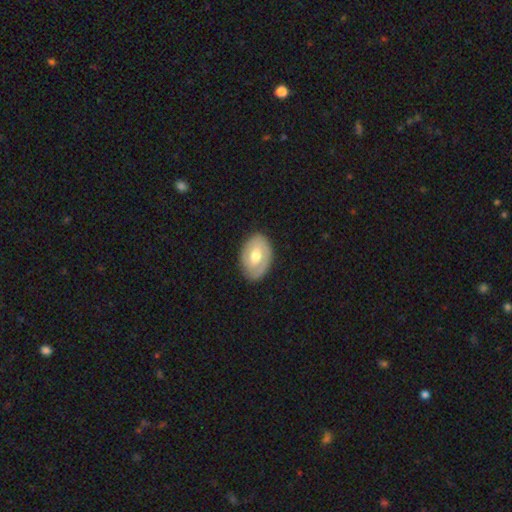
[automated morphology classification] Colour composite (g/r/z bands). It shows a smooth galaxy with no disk features (49%). Merging: none (81%).